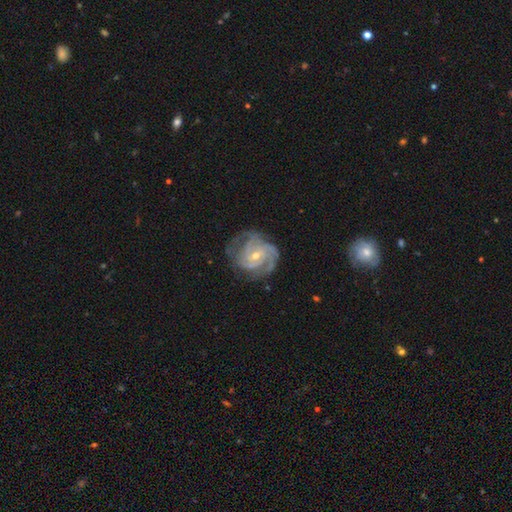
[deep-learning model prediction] featured or disk 88%, star or artifact 6%, smooth 6%. Down the decision tree: edge-on disk — no (98%); bar — no (48%); spiral arms — yes (97%); spiral arm count — 3 (36%); spiral winding — tight (59%); bulge size — small (60%); merging — none (67%).